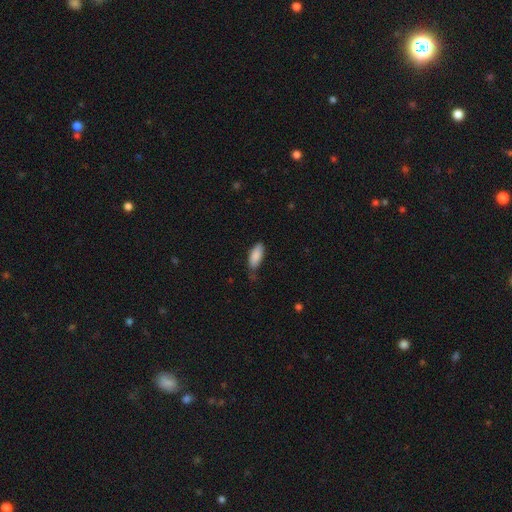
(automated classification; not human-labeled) smooth 88%, star or artifact 6%, featured or disk 6%. Down the decision tree: how rounded — in between (80%); merging — none (64%).